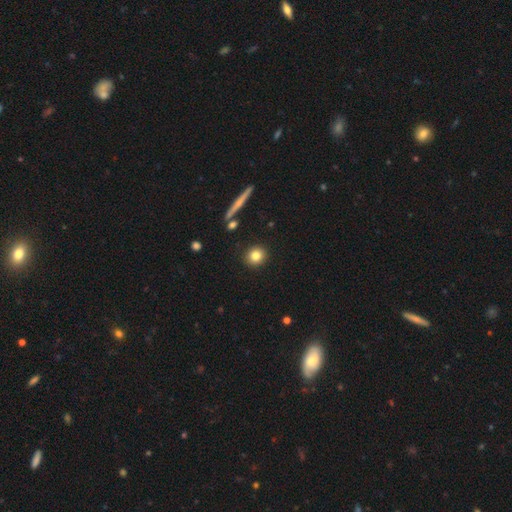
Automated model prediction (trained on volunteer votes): Overall: smooth (81%). How rounded: round (89%). Merging: none (90%).